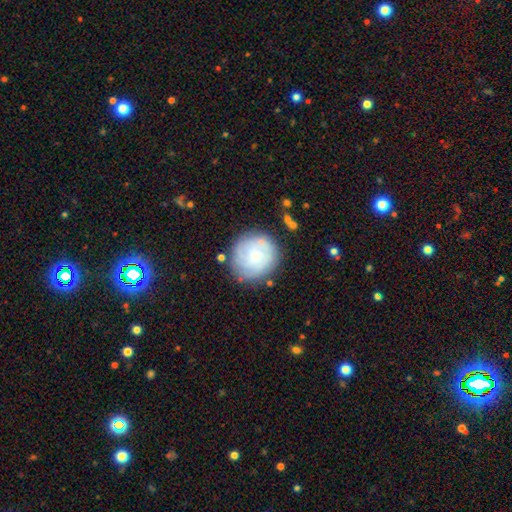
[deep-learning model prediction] The model was most divided on "smooth or featured": featured or disk: 49%, smooth: 43%, star or artifact: 8%. More confident: merging — none (79%).